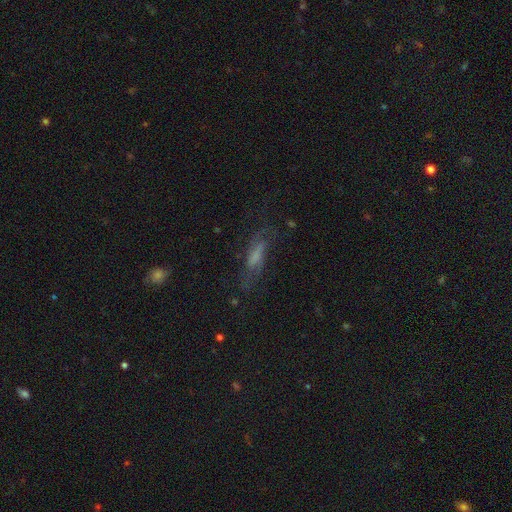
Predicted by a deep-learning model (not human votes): Smooth or featured? featured or disk (50%)
Edge-on disk? no (74%)
Merging? none (57%)